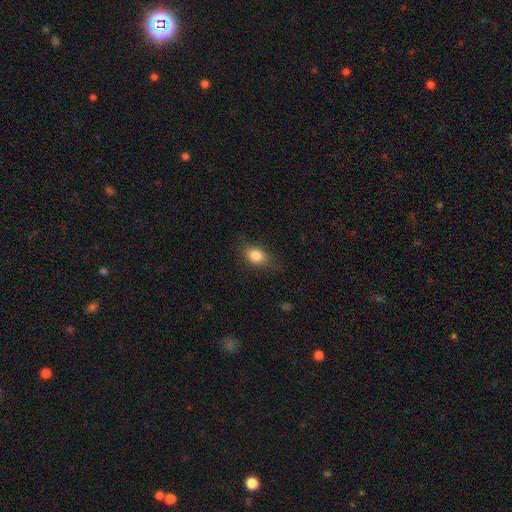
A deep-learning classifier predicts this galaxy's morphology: type=smooth (82%); roundness=in between (72%); merging=none (76%).